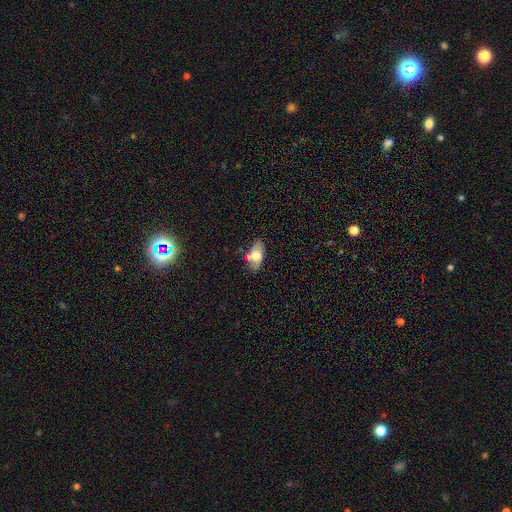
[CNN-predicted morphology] Smooth or featured? Predicted: smooth (p=0.68). How rounded? Predicted: in between (p=0.89). Merging? Predicted: none (p=0.68).